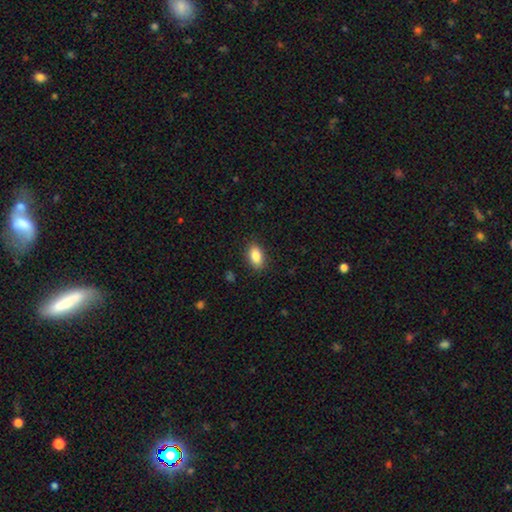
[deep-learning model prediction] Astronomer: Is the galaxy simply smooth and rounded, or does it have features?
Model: smooth — 86%.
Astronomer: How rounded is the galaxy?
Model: in between — 89%.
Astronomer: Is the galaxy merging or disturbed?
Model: none — 87%.